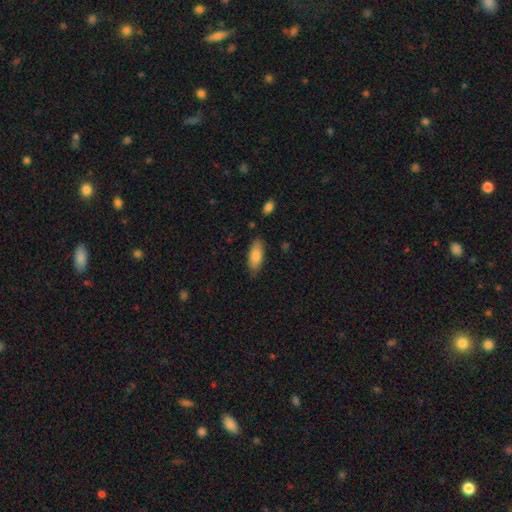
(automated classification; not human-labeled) Smooth or featured?
  - smooth: 82% *
  - featured or disk: 12%
  - star or artifact: 6%
How rounded?
  - in between: 78% *
  - cigar-shaped: 20%
  - round: 2%
Merging?
  - none: 80% *
  - minor disturbance: 15%
  - major disturbance: 3%
  - merger: 2%